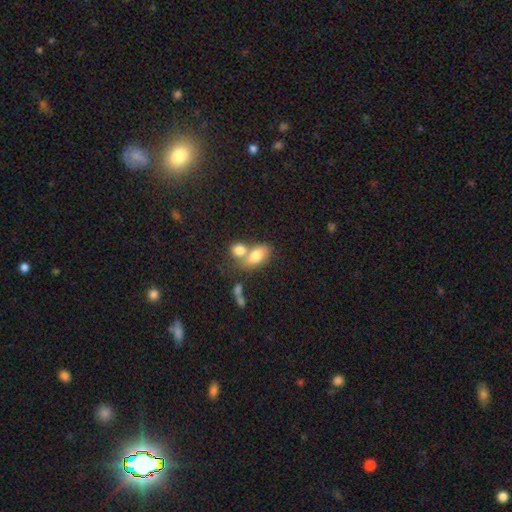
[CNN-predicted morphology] A smooth galaxy with no disk features (76%) that is in between round and cigar-shaped (83%).

Vote fractions:
- Smooth or featured? smooth: 76% / featured or disk: 16% / star or artifact: 8%
- How rounded? in between: 83% / round: 14% / cigar-shaped: 3%
- Merging? merger: 55% / none: 30% / minor disturbance: 10% / major disturbance: 5%